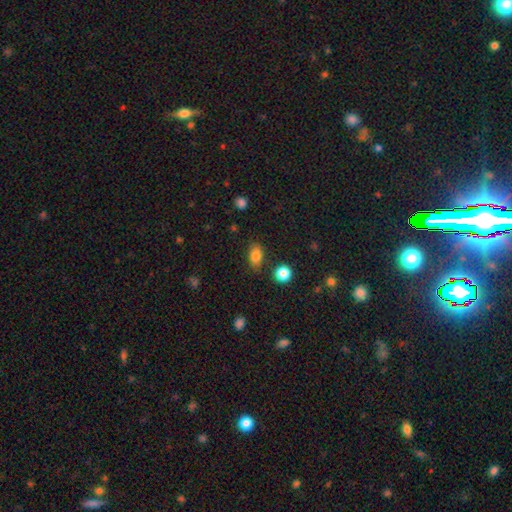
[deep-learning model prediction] smooth_or_featured: smooth (p=0.82) [alt: star or artifact p=0.10]
how_rounded: in between (p=0.83) [alt: round p=0.15]
merging: none (p=0.79) [alt: minor disturbance p=0.14]